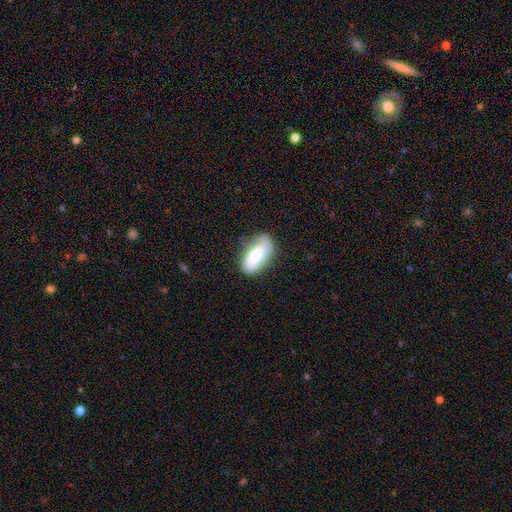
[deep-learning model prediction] Morphology: type=smooth (53%); roundness=in between (88%); merging=none (65%).